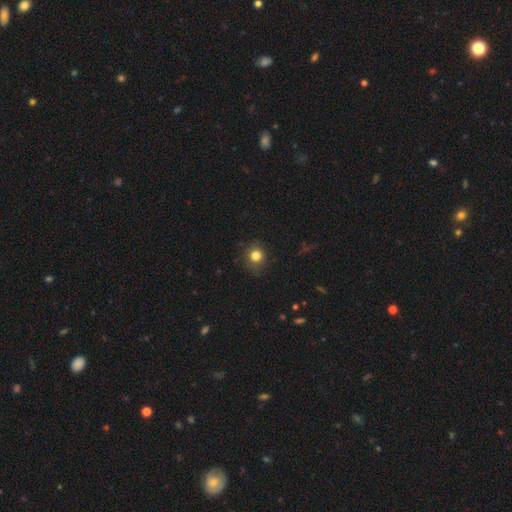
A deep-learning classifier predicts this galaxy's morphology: The model was most divided on "smooth or featured": smooth: 82%, star or artifact: 13%, featured or disk: 6%. More confident: how rounded — round (88%); merging — none (83%).